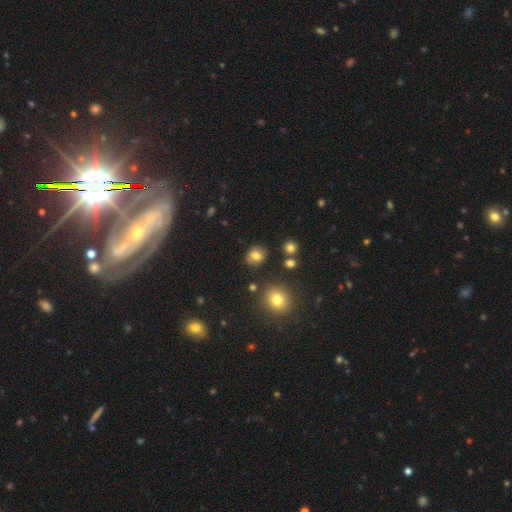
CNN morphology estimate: A smooth galaxy with no disk features (74%) that is round (61%). Merging: none (81%).